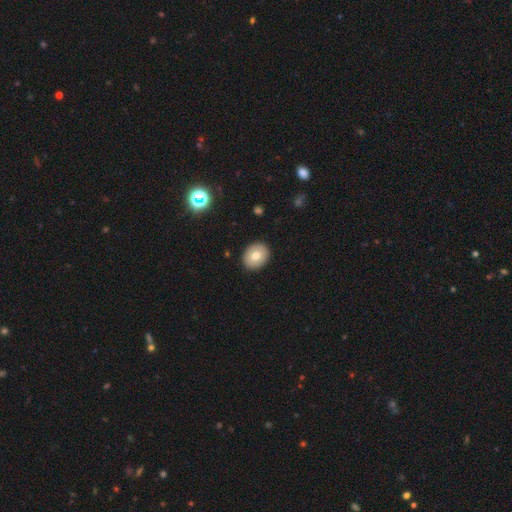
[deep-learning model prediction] smooth-or-featured: smooth: 74% | featured or disk: 18% | star or artifact: 8%
  how-rounded: round: 51% | in between: 48% | cigar-shaped: 1%
  merging: none: 90% | minor disturbance: 7% | major disturbance: 2% | merger: 1%